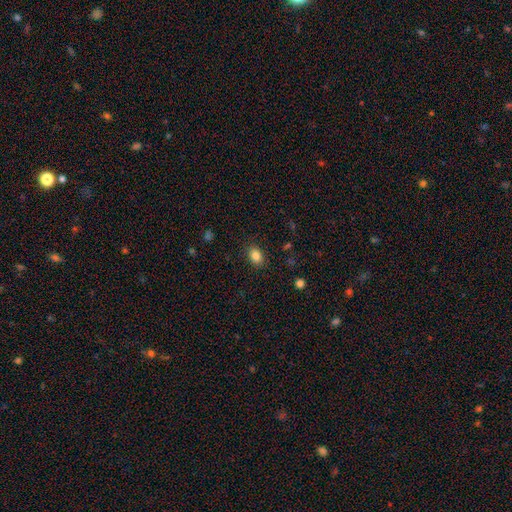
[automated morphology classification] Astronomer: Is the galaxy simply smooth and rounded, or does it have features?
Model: smooth — 84%.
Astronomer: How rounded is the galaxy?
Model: in between — 72%.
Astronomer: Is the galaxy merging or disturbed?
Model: none — 87%.